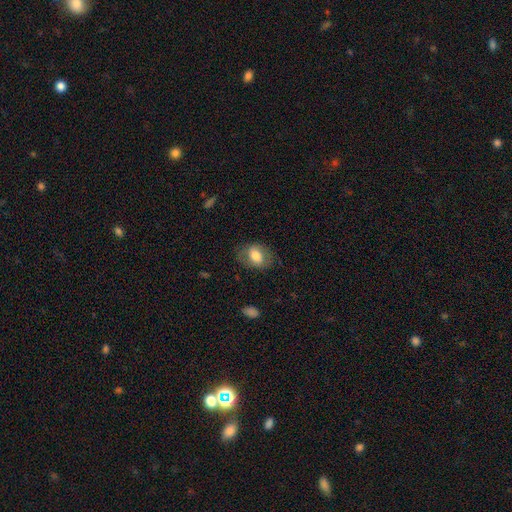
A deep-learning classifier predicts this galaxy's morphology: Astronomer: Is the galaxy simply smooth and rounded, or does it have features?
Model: smooth — 70%.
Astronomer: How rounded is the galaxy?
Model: in between — 76%.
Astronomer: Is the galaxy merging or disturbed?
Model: none — 73%.